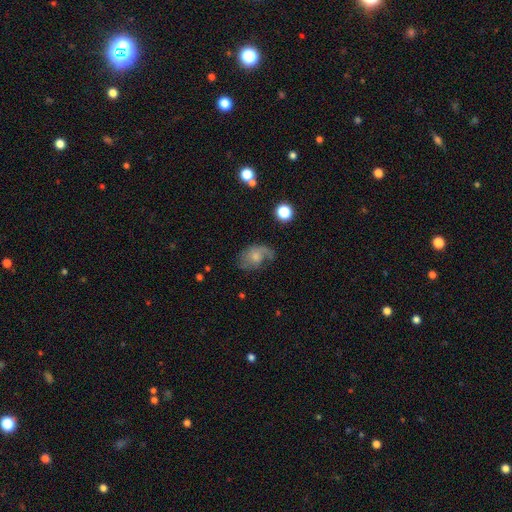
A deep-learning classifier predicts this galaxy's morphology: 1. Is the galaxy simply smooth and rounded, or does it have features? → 47% featured or disk, 43% smooth, 10% star or artifact.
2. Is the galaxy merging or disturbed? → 41% none, 29% minor disturbance, 27% major disturbance, 3% merger.